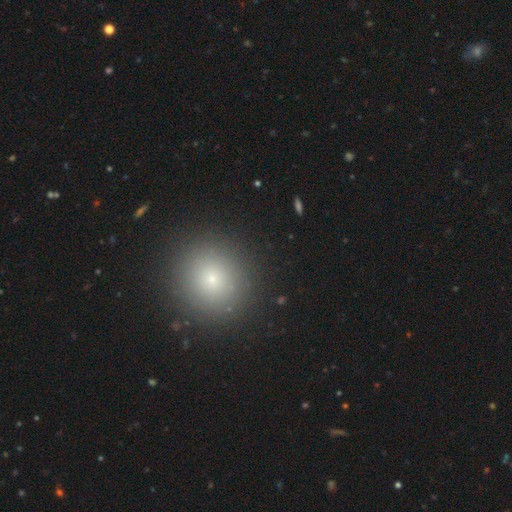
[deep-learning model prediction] smooth_or_featured: smooth (p=0.72) [alt: star or artifact p=0.21]
how_rounded: round (p=0.90) [alt: in between p=0.09]
merging: none (p=0.93) [alt: minor disturbance p=0.05]